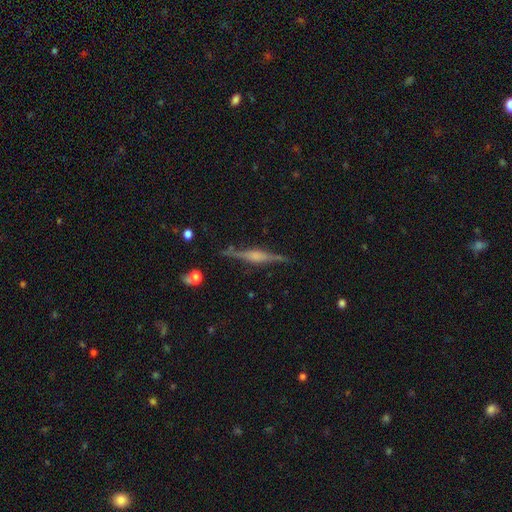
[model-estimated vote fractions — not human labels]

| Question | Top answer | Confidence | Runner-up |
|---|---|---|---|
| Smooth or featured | featured or disk | 81% | smooth (12%) |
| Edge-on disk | yes | 98% | no (2%) |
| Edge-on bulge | rounded | 65% | boxy (27%) |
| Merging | none | 87% | minor disturbance (9%) |